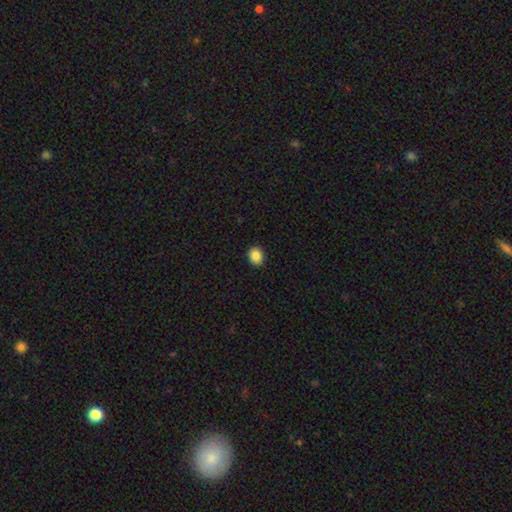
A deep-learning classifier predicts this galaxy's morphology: Smooth or featured?
  - smooth: 88% *
  - star or artifact: 9%
  - featured or disk: 3%
How rounded?
  - round: 59% *
  - in between: 40%
  - cigar-shaped: 1%
Merging?
  - none: 91% *
  - minor disturbance: 6%
  - major disturbance: 2%
  - merger: 1%